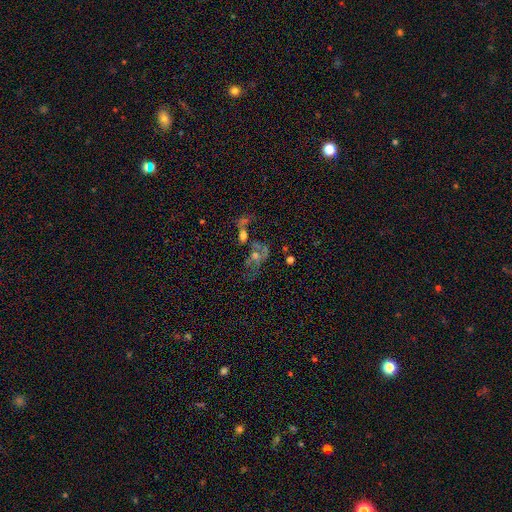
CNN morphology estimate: featured or disk 49%, smooth 26%, star or artifact 24%. Down the decision tree: merging — merger (38%).